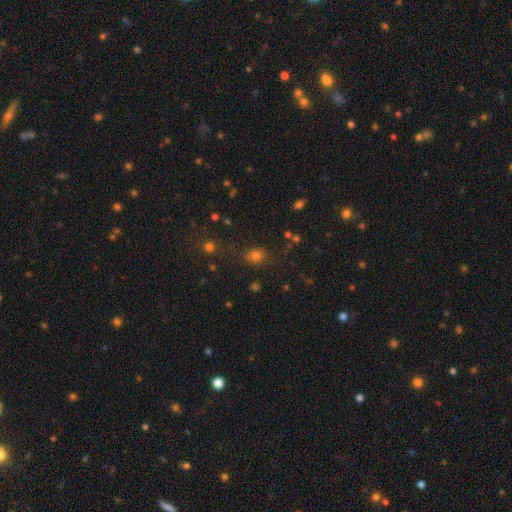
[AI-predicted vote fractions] smooth 68%, star or artifact 25%, featured or disk 7%. Down the decision tree: how rounded — round (66%); merging — none (75%).